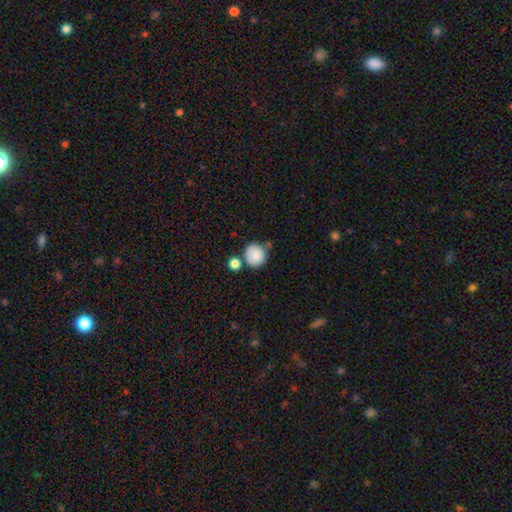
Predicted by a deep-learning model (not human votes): This is clearly a smooth galaxy (85%). How rounded: clearly round (86%). Merging: likely none (65%).